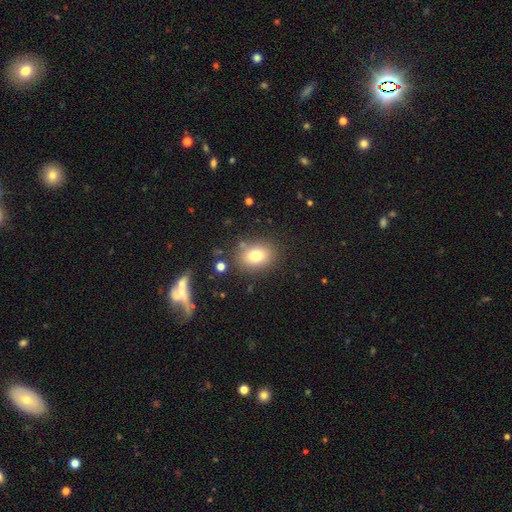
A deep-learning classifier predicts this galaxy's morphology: Smooth or featured: smooth — 76% (star or artifact — 12%)
How rounded: in between — 54% (round — 45%)
Merging: none — 82% (minor disturbance — 10%)